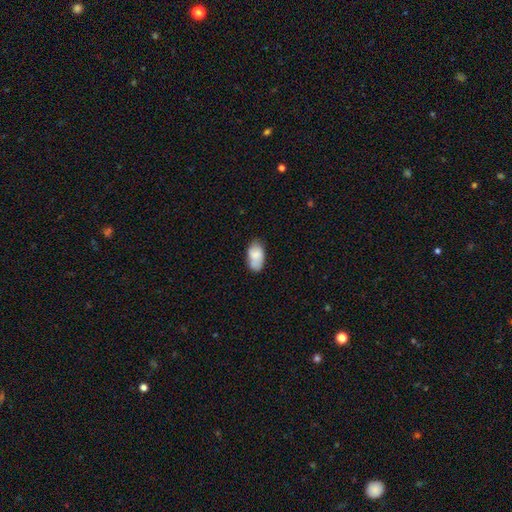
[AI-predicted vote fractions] Smooth or featured: smooth — 77% (featured or disk — 16%)
How rounded: in between — 94% (round — 4%)
Merging: none — 59% (minor disturbance — 25%)